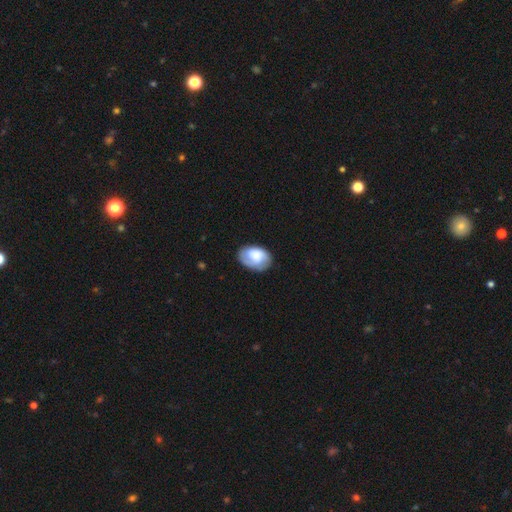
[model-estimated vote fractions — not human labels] Smooth or featured? smooth (54%)
How rounded? in between (84%)
Merging? none (68%)